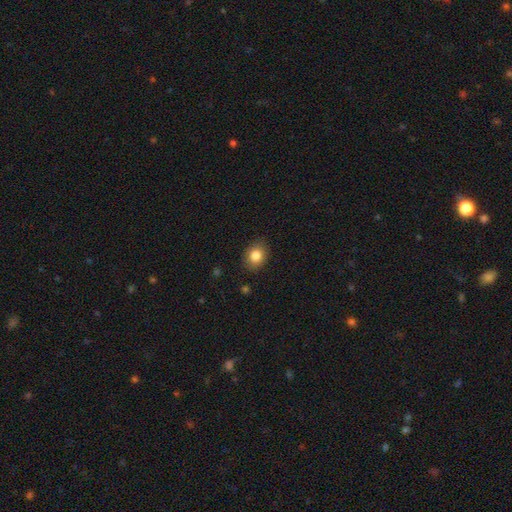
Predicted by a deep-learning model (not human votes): Morphology: type=smooth (84%); roundness=round (54%); merging=none (86%).